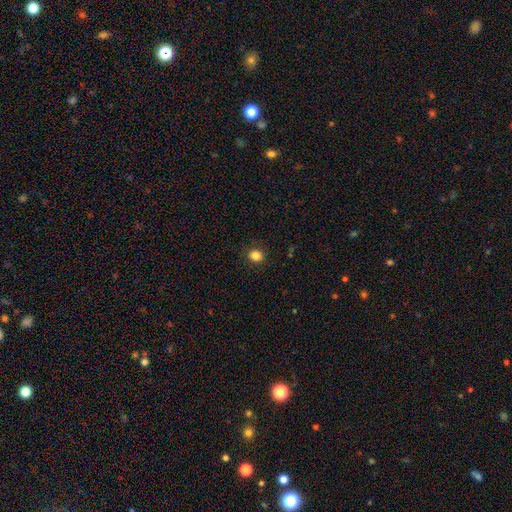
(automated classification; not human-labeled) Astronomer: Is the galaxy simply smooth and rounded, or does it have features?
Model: smooth — 84%.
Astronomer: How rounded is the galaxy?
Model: round — 79%.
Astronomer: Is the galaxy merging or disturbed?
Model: none — 89%.